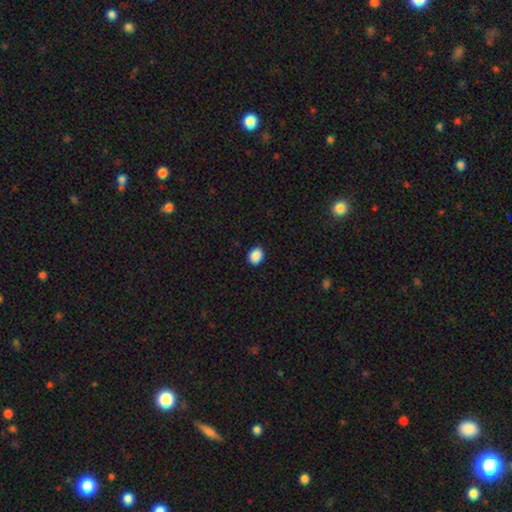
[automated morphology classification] This is clearly a smooth galaxy (89%). How rounded: possibly in between (52%). Merging: clearly none (91%).